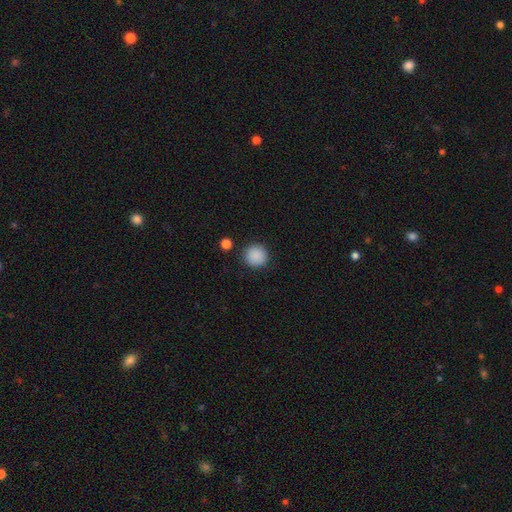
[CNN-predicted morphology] Smooth or featured? Predicted: smooth (p=0.88). How rounded? Predicted: round (p=0.93). Merging? Predicted: none (p=0.88).